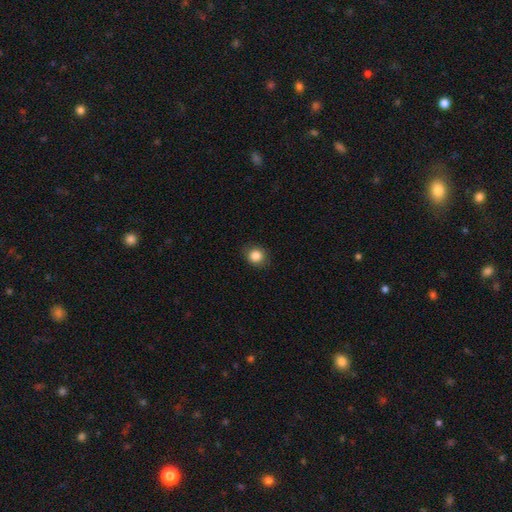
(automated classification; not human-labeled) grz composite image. It shows a smooth galaxy with no disk features (85%) that is round (81%). Merging: none (86%).